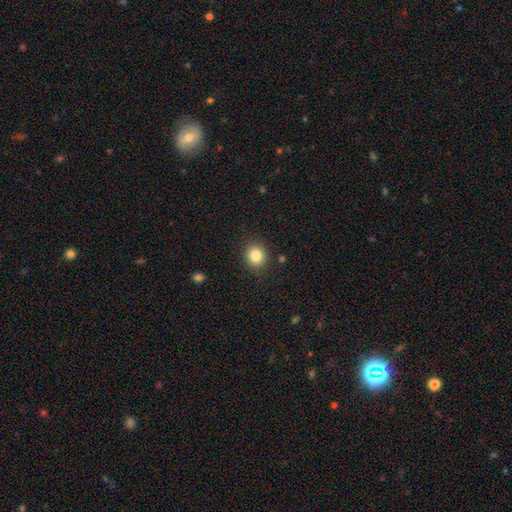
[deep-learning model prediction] Smooth or featured?
  - smooth: 83% *
  - star or artifact: 11%
  - featured or disk: 7%
How rounded?
  - round: 82% *
  - in between: 18%
  - cigar-shaped: 1%
Merging?
  - none: 89% *
  - minor disturbance: 7%
  - major disturbance: 2%
  - merger: 1%